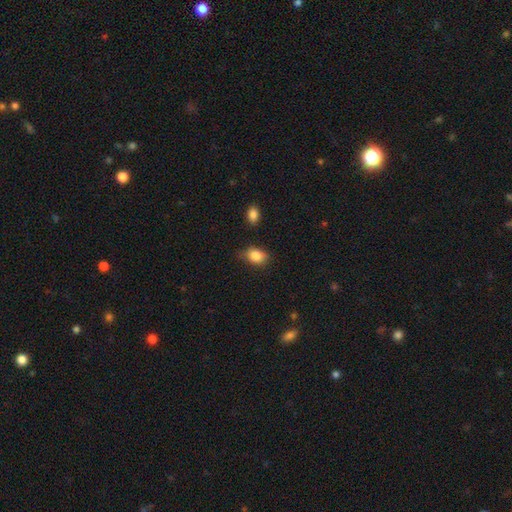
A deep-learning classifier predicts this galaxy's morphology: smooth_or_featured: smooth (p=0.87) [alt: star or artifact p=0.08]
how_rounded: in between (p=0.79) [alt: round p=0.19]
merging: none (p=0.71) [alt: minor disturbance p=0.22]